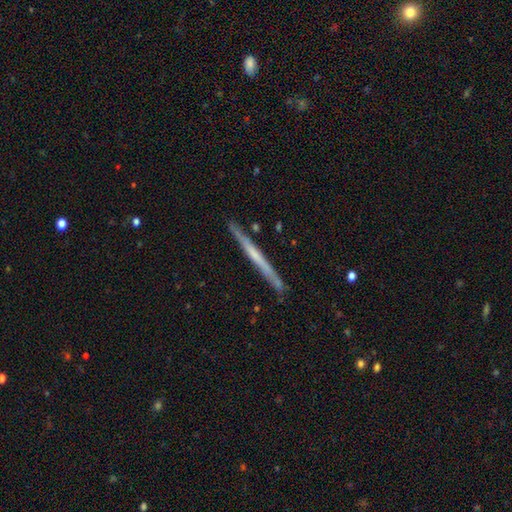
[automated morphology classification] Smooth or featured? featured or disk (58%)
Edge-on disk? yes (97%)
Edge-on bulge? none (78%)
Merging? none (87%)